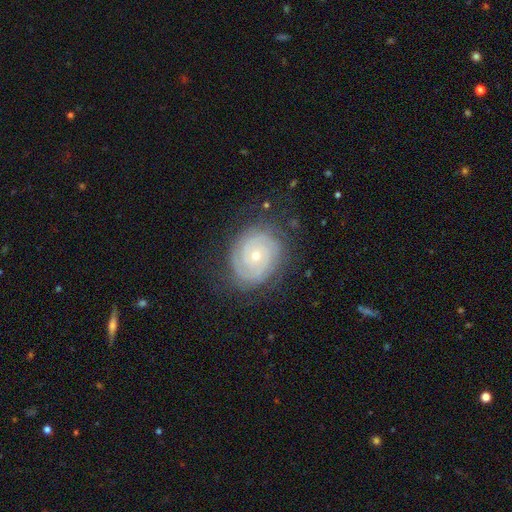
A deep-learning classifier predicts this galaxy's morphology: Smooth or featured: featured or disk — 84% (smooth — 9%)
Edge-on disk: no — 98% (yes — 2%)
Bar: no — 79% (weak — 17%)
Spiral arms: yes — 96% (no — 4%)
Spiral winding: tight — 84% (medium — 13%)
Spiral arm count: 2 — 36% (can't tell — 26%)
Bulge size: small — 66% (moderate — 31%)
Merging: none — 79% (minor disturbance — 14%)